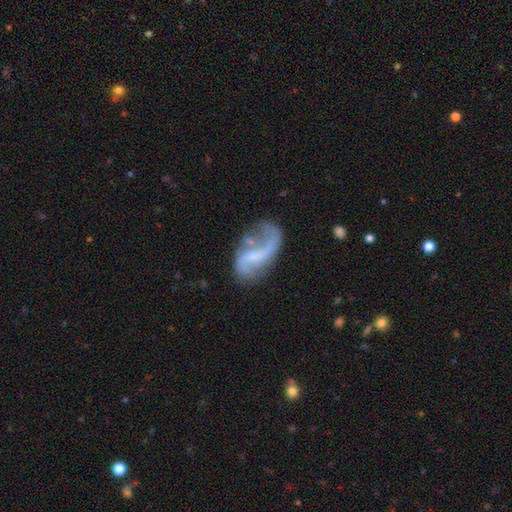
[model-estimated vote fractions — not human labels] Overall: featured or disk (78%). Edge-on disk: no (97%). Bar: weak (46%; no 30%). Spiral arms: yes (85%). Spiral arm count: 2 (70%). Spiral winding: loose (79%). Bulge size: none (46%; small 36%). Merging: none (43%; major disturbance 28%).